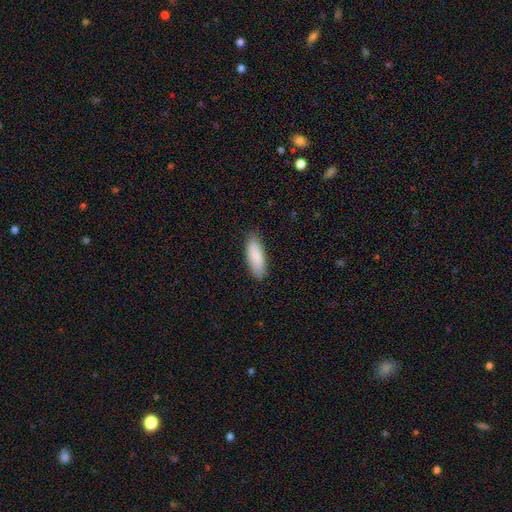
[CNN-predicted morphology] A smooth galaxy with no disk features (87%) that is in between round and cigar-shaped (66%).

Vote fractions:
- Smooth or featured? smooth: 87% / featured or disk: 7% / star or artifact: 6%
- How rounded? in between: 66% / cigar-shaped: 32% / round: 2%
- Merging? none: 86% / minor disturbance: 11% / major disturbance: 2% / merger: 1%